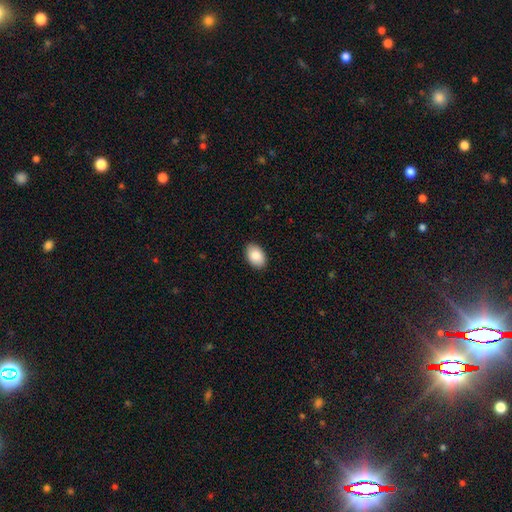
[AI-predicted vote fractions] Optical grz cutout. It shows a smooth galaxy with no disk features (88%) that is in between round and cigar-shaped (89%). Merging: none (89%).